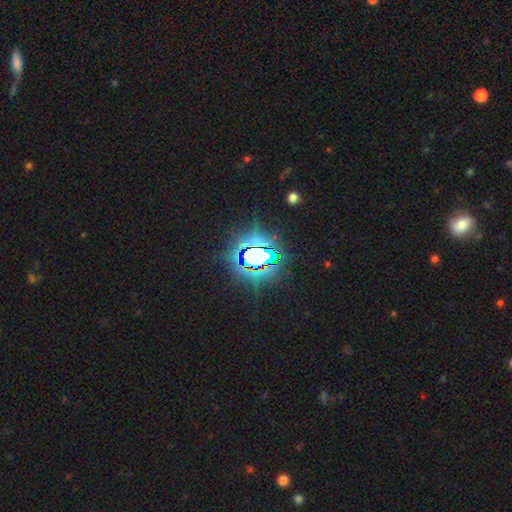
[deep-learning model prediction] star or artifact 76%, smooth 13%, featured or disk 11%.